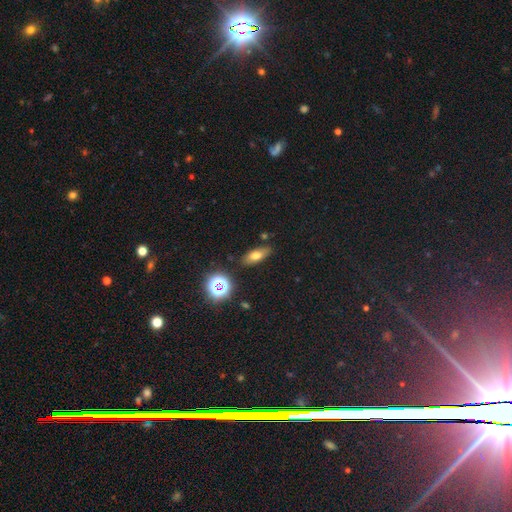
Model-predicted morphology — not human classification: Smooth or featured? Predicted: smooth (p=0.68). How rounded? Predicted: in between (p=0.71). Merging? Predicted: none (p=0.83).